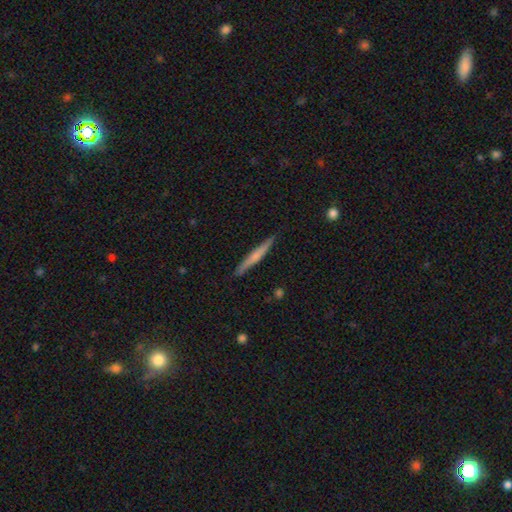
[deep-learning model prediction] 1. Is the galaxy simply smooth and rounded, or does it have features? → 53% smooth, 41% featured or disk, 6% star or artifact.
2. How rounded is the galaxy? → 96% cigar-shaped, 3% in between, 1% round.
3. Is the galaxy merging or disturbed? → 89% none, 8% minor disturbance, 2% major disturbance, 1% merger.